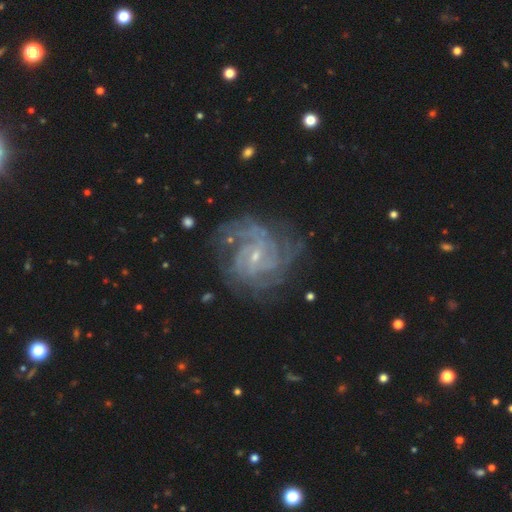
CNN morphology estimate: featured or disk 89%, star or artifact 7%, smooth 5%. Down the decision tree: edge-on disk — no (98%); bar — weak (49%); spiral arms — yes (97%); spiral arm count — can't tell (26%); spiral winding — tight (61%); bulge size — small (80%); merging — none (73%).